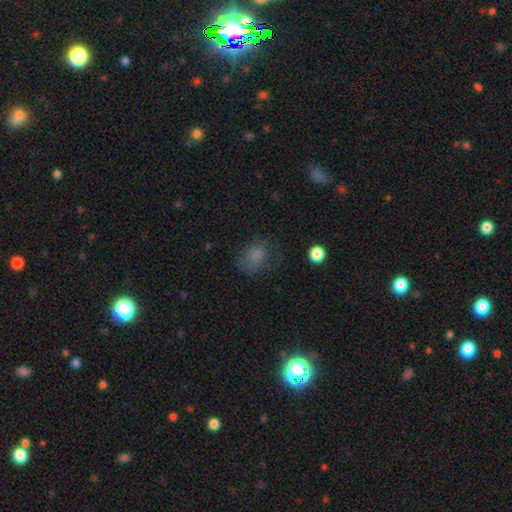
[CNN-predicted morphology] smooth_or_featured: smooth (p=0.74) [alt: star or artifact p=0.14]
how_rounded: in between (p=0.57) [alt: round p=0.42]
merging: none (p=0.53) [alt: minor disturbance p=0.26]